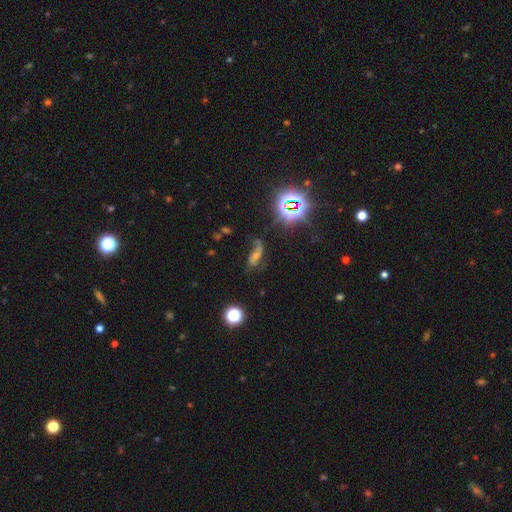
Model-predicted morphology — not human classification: featured or disk 46%, star or artifact 34%, smooth 20%. Down the decision tree: merging — none (48%).